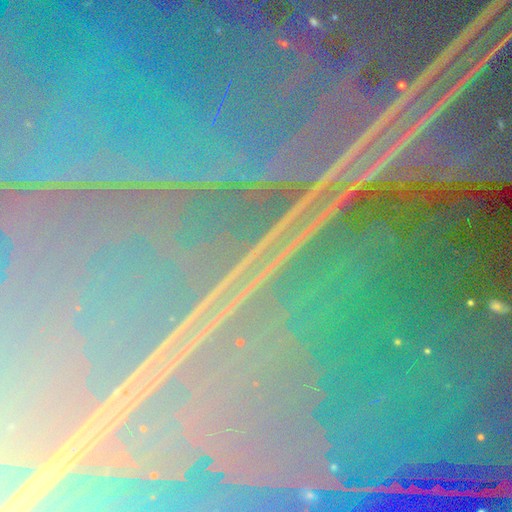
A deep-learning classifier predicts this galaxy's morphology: This is clearly a star or artifact rather than a galaxy (90%).